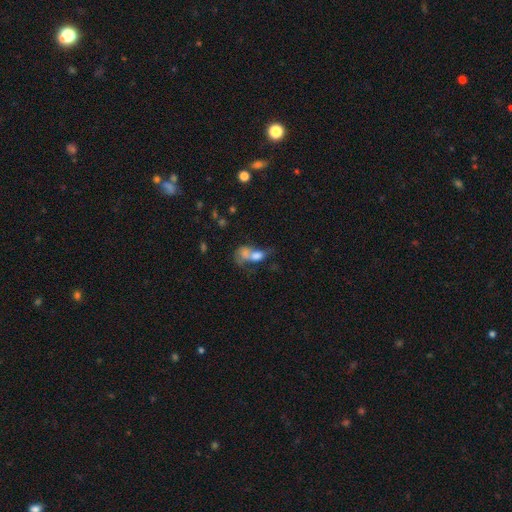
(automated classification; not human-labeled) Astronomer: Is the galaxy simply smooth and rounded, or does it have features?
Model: smooth — 63%.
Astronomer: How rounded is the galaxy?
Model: in between — 77%.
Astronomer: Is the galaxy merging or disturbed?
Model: merger — 59%.